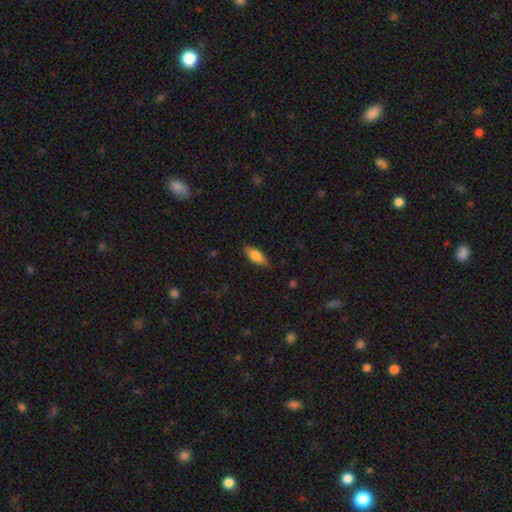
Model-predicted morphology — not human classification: smooth_or_featured: smooth (p=0.76) [alt: featured or disk p=0.18]
how_rounded: in between (p=0.74) [alt: cigar-shaped p=0.24]
merging: none (p=0.84) [alt: minor disturbance p=0.13]